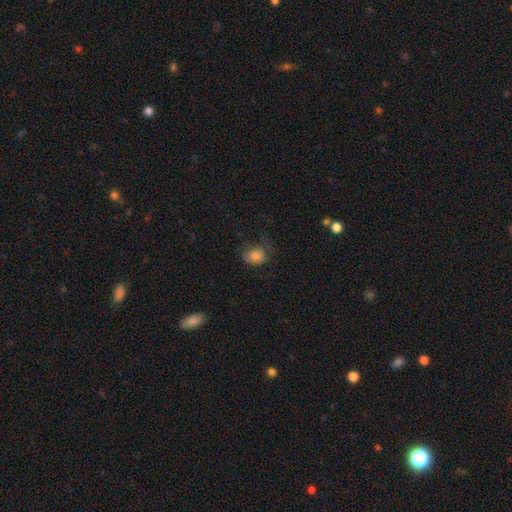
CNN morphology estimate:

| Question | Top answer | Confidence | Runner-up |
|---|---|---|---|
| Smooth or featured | smooth | 79% | featured or disk (12%) |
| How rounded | round | 54% | in between (45%) |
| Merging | none | 53% | minor disturbance (27%) |